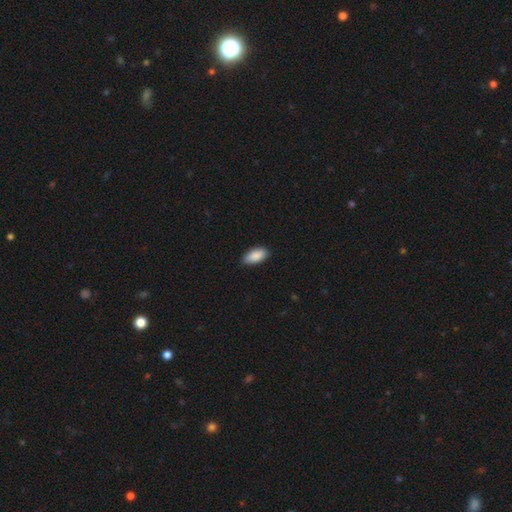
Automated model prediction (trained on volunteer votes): The model was most divided on "merging": none: 83%, minor disturbance: 14%, major disturbance: 2%, merger: 1%. More confident: how rounded — in between (92%); smooth or featured — smooth (90%).